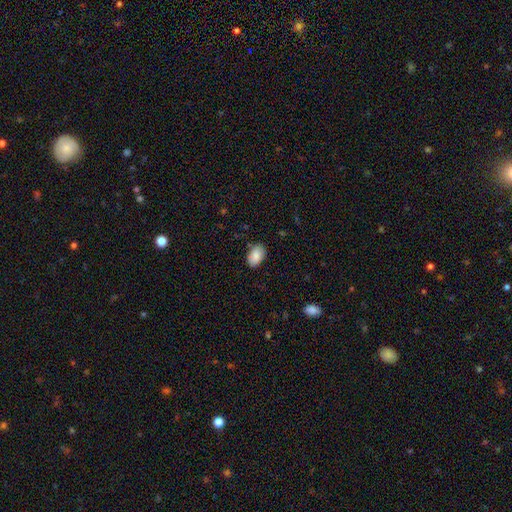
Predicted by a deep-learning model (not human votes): smooth_or_featured: smooth (p=0.88) [alt: star or artifact p=0.07]
how_rounded: in between (p=0.91) [alt: round p=0.07]
merging: none (p=0.84) [alt: minor disturbance p=0.12]